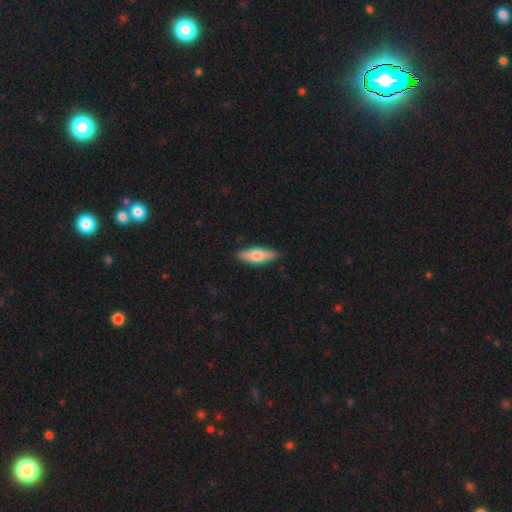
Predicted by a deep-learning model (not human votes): smooth-or-featured: smooth: 71% | featured or disk: 24% | star or artifact: 5%
  how-rounded: in between: 60% | cigar-shaped: 38% | round: 2%
  merging: none: 88% | minor disturbance: 10% | major disturbance: 2% | merger: 1%